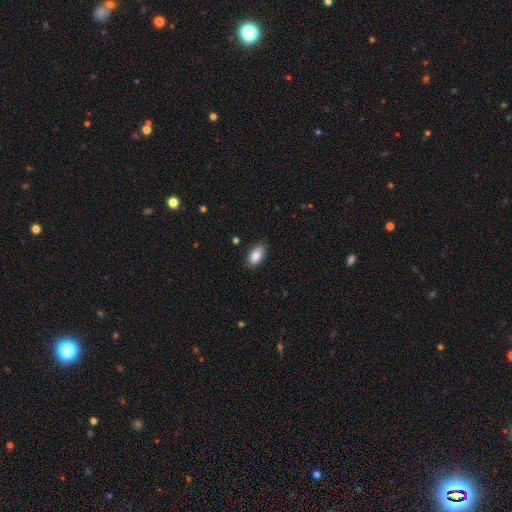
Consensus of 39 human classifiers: A smooth galaxy with no disk features (85%) that is in between round and cigar-shaped (85%). Merging: none (74%).